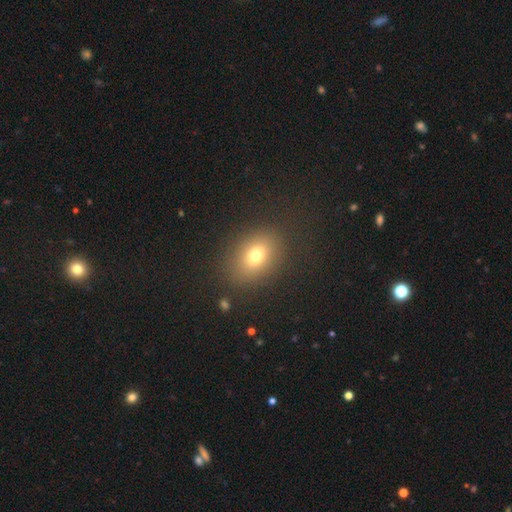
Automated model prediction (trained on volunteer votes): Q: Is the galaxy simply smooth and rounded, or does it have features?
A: smooth — 73%.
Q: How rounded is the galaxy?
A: in between — 65%.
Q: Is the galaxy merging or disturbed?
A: none — 84%.